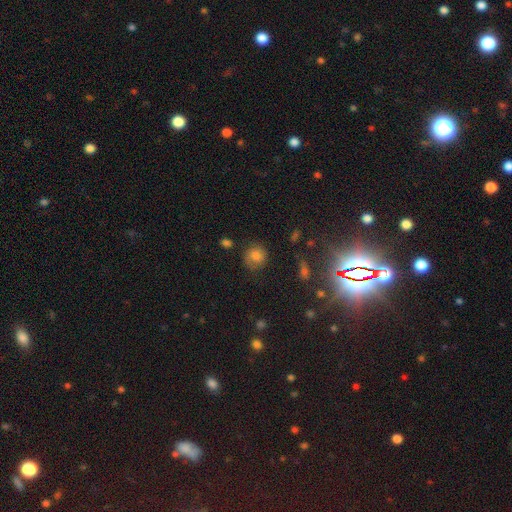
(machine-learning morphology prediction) smooth-or-featured: smooth: 78% | star or artifact: 12% | featured or disk: 10%
  how-rounded: round: 82% | in between: 17% | cigar-shaped: 1%
  merging: none: 73% | minor disturbance: 19% | major disturbance: 6% | merger: 3%